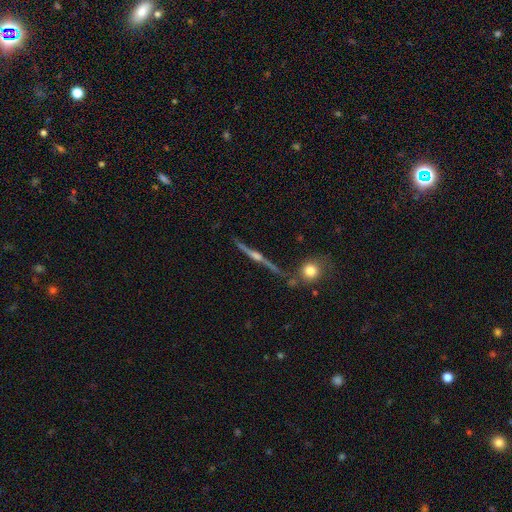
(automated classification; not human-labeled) This appears to be a featured or disk galaxy (85%) viewed edge-on (97%) with a rounded central bulge (89%). Merging: none (80%).